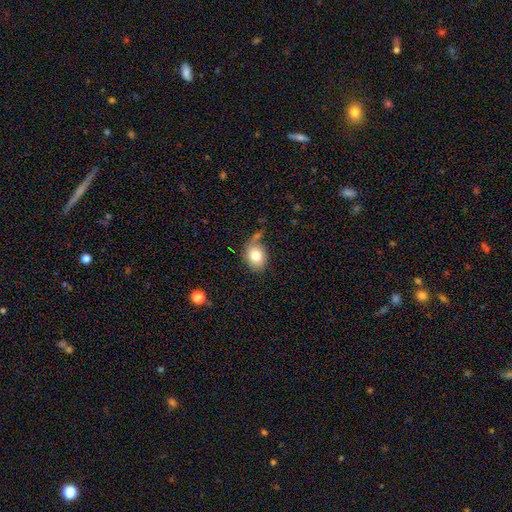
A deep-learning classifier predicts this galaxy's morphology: smooth_or_featured: smooth (p=0.80) [alt: featured or disk p=0.11]
how_rounded: in between (p=0.59) [alt: round p=0.40]
merging: none (p=0.62) [alt: minor disturbance p=0.22]